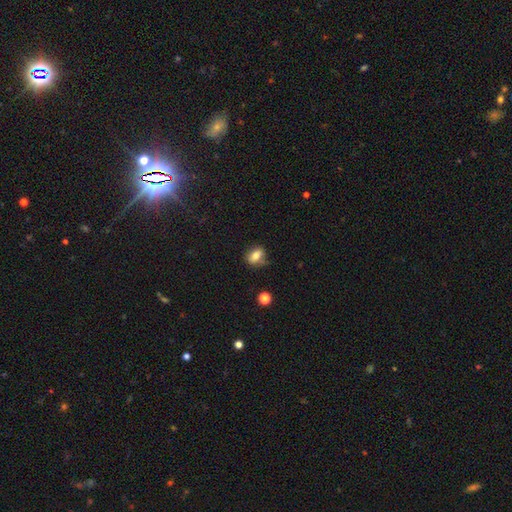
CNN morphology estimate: A smooth galaxy with no disk features (75%) that is in between round and cigar-shaped (67%).

Vote fractions:
- Smooth or featured? smooth: 75% / featured or disk: 15% / star or artifact: 11%
- How rounded? in between: 67% / round: 30% / cigar-shaped: 3%
- Merging? none: 64% / minor disturbance: 25% / major disturbance: 6% / merger: 5%